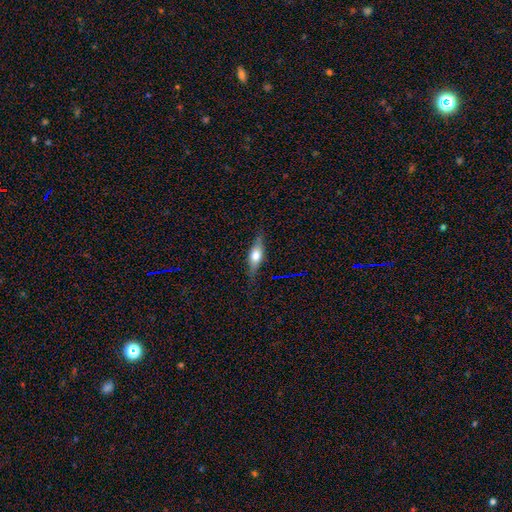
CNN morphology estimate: This is possibly a smooth galaxy (50%). How rounded: possibly in between (56%). Merging: likely none (78%).